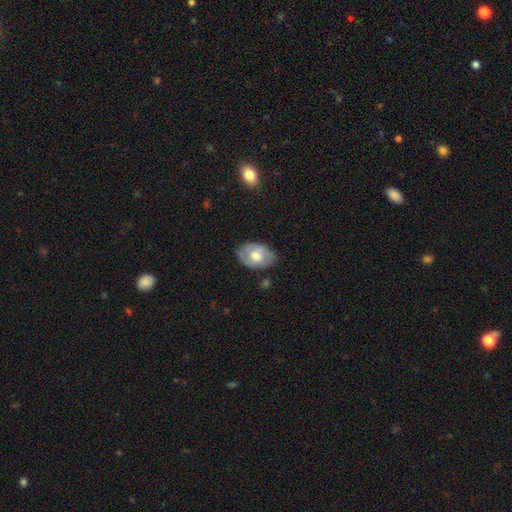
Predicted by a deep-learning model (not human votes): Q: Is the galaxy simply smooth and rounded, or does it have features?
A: smooth — 57%.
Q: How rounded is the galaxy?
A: in between — 82%.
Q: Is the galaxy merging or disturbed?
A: none — 70%.